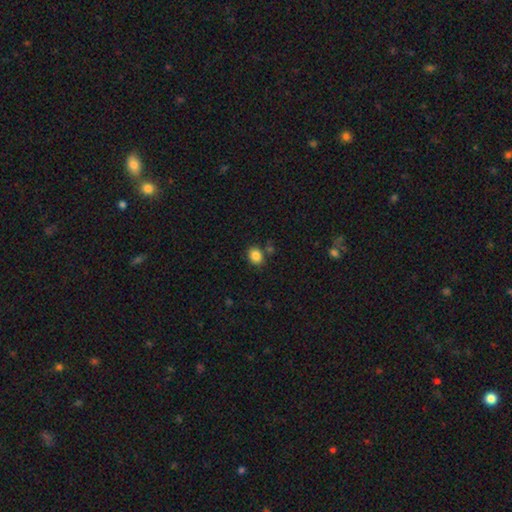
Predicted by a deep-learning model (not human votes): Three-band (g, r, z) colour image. It shows a smooth galaxy with no disk features (85%) that is round (50%). Merging: none (80%).